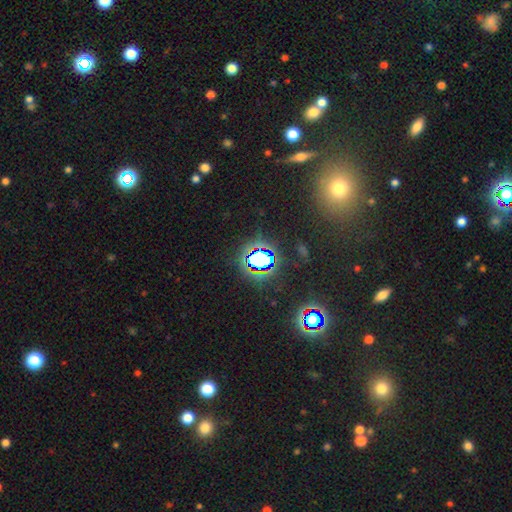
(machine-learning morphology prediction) Smooth or featured?
  - star or artifact: 76% *
  - smooth: 16%
  - featured or disk: 9%